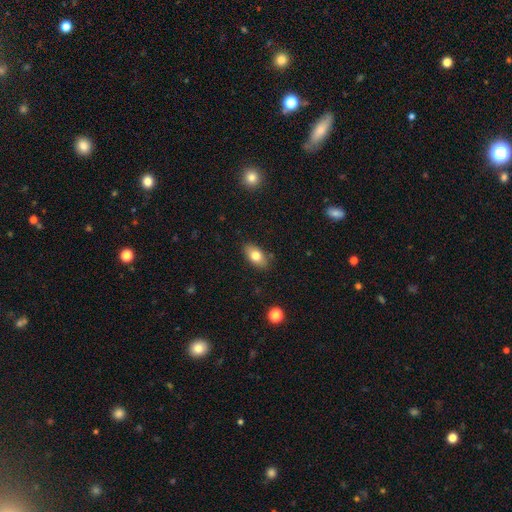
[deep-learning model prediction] This is likely a smooth galaxy (76%). How rounded: clearly in between (89%). Merging: clearly none (85%).